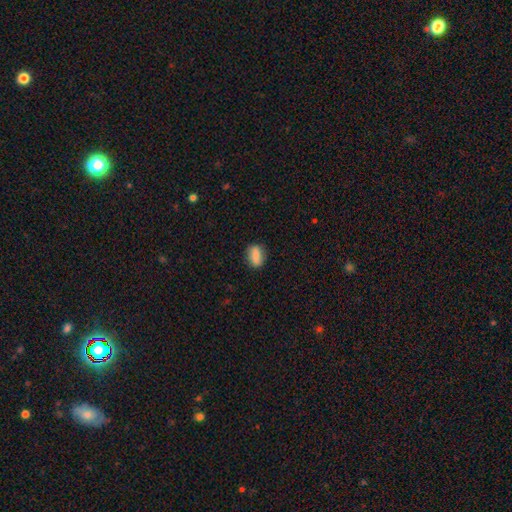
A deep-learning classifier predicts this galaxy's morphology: A smooth galaxy with no disk features (79%) that is in between round and cigar-shaped (75%). Merging: none (85%).